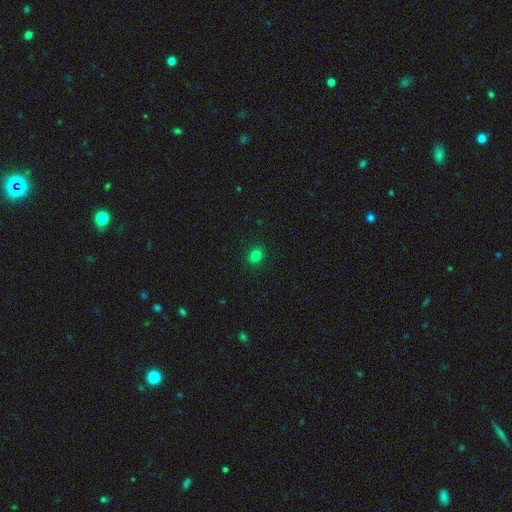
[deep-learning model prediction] Smooth or featured? Predicted: smooth (p=0.81). How rounded? Predicted: round (p=0.63). Merging? Predicted: none (p=0.91).